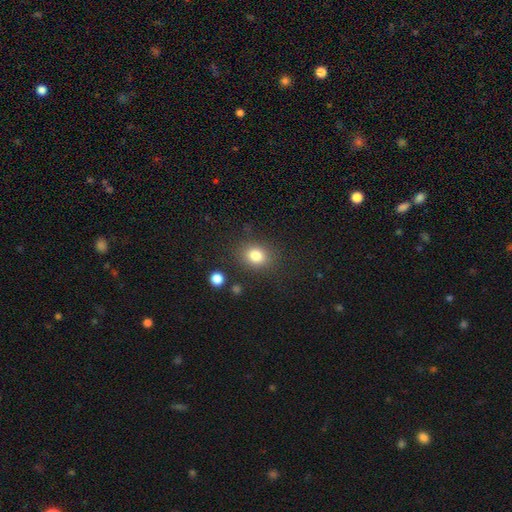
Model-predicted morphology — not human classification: Q: Smooth or featured?
A: smooth (82%); runner-up: star or artifact (11%)
Q: How rounded?
A: round (60%); runner-up: in between (39%)
Q: Merging?
A: none (81%); runner-up: minor disturbance (11%)